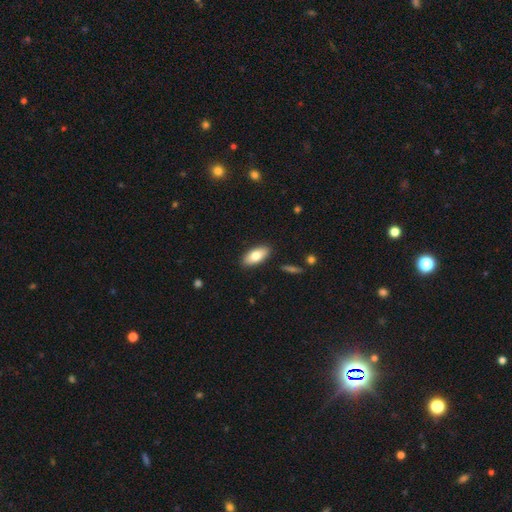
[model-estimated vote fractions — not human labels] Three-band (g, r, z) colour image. It shows a smooth galaxy with no disk features (78%) that is in between round and cigar-shaped (89%). Merging: none (88%).